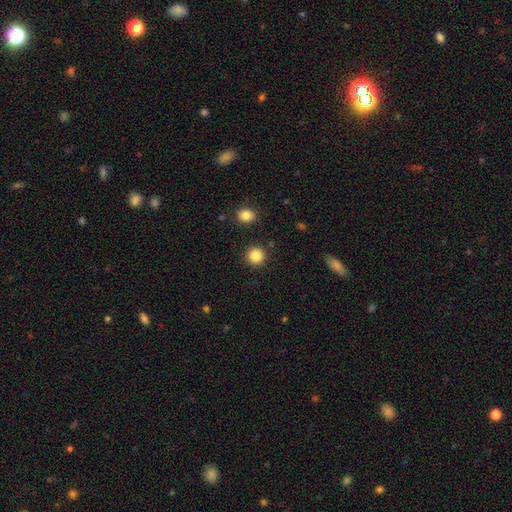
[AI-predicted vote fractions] The model was most divided on "smooth or featured": smooth: 86%, star or artifact: 10%, featured or disk: 3%. More confident: how rounded — round (93%); merging — none (90%).